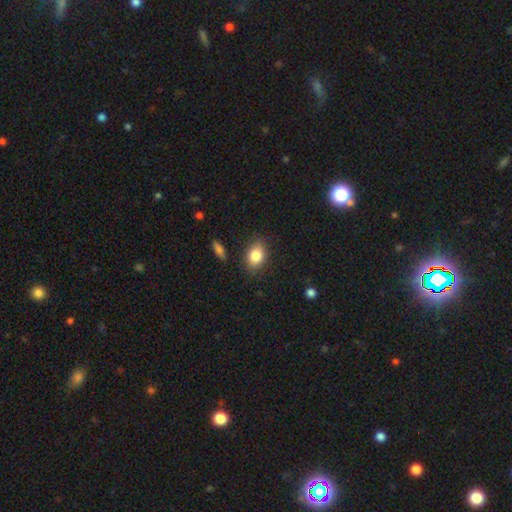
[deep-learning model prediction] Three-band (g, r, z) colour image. It shows a smooth galaxy with no disk features (84%) that is in between round and cigar-shaped (72%). Merging: none (82%).